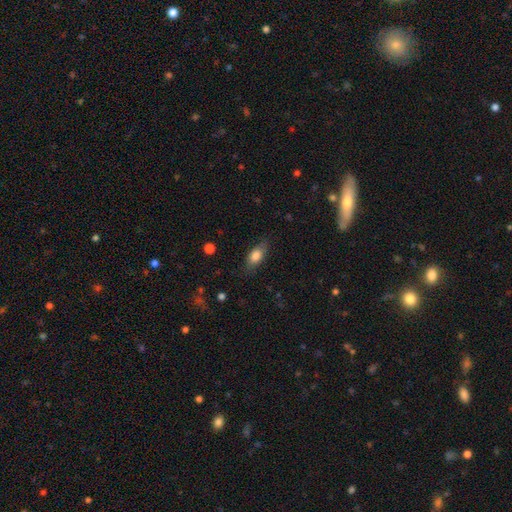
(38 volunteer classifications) A smooth galaxy with no disk features (82%) that is in between round and cigar-shaped (87%). Merging: none (75%).